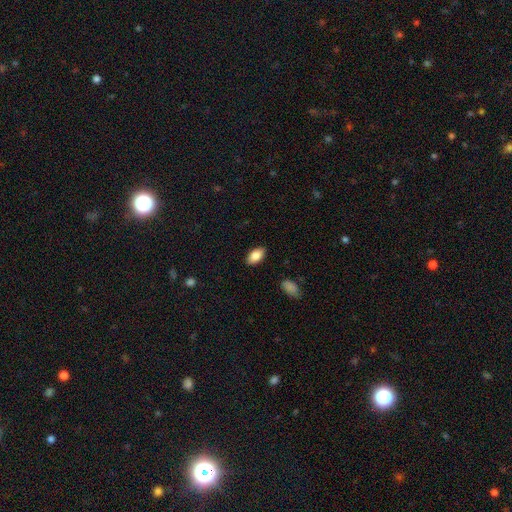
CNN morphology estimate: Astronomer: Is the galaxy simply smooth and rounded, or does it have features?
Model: smooth — 85%.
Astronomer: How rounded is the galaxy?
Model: in between — 93%.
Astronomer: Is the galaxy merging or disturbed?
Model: none — 88%.